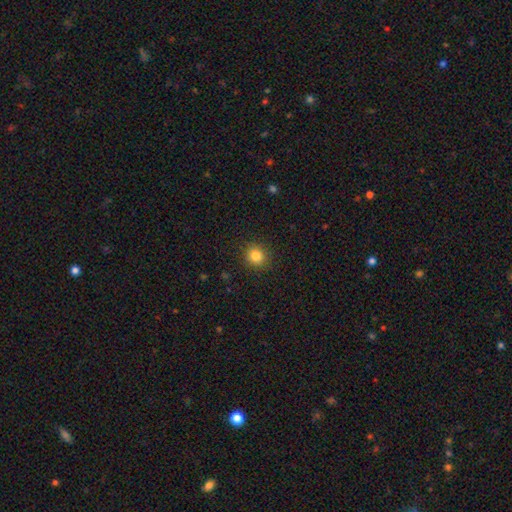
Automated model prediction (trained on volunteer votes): Smooth or featured?
  - smooth: 83% *
  - star or artifact: 11%
  - featured or disk: 5%
How rounded?
  - round: 88% *
  - in between: 11%
  - cigar-shaped: 1%
Merging?
  - none: 90% *
  - minor disturbance: 7%
  - major disturbance: 2%
  - merger: 1%